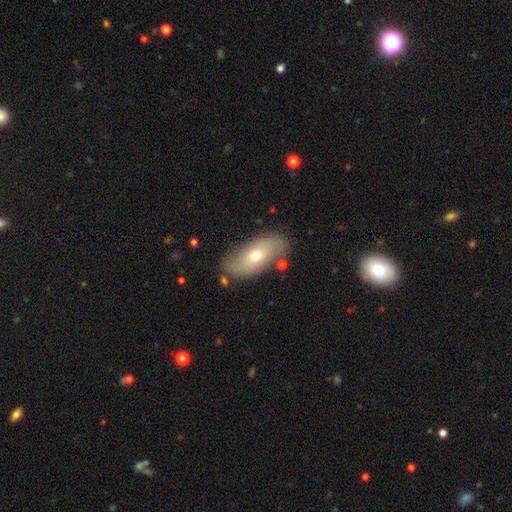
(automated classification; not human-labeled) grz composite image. It shows a smooth galaxy with no disk features (57%) that is in between round and cigar-shaped (87%). Merging: none (79%).